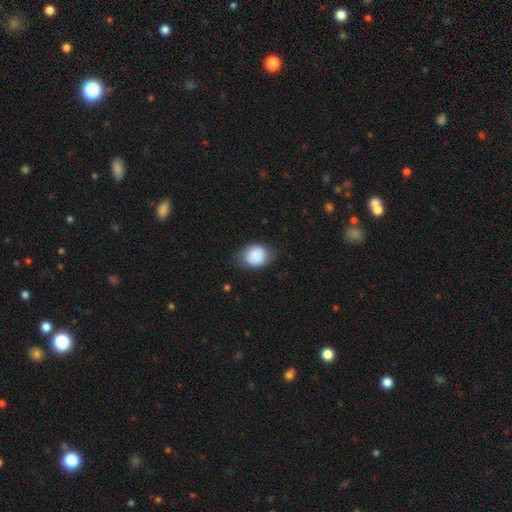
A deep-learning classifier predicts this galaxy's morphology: Smooth or featured: smooth — 77% (featured or disk — 15%)
How rounded: round — 59% (in between — 40%)
Merging: none — 66% (minor disturbance — 25%)